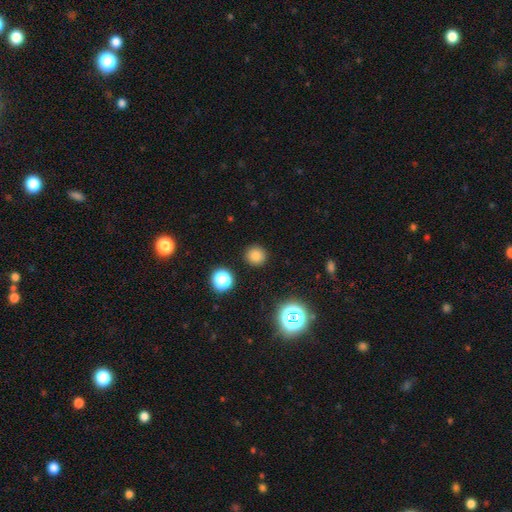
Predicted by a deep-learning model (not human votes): The model was most divided on "smooth or featured": smooth: 79%, star or artifact: 16%, featured or disk: 5%. More confident: how rounded — round (94%); merging — none (91%).